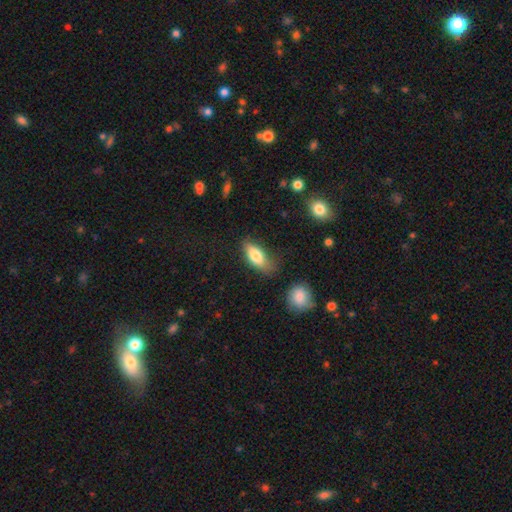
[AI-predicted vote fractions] Smooth or featured?
  - smooth: 79% *
  - featured or disk: 14%
  - star or artifact: 7%
How rounded?
  - in between: 82% *
  - cigar-shaped: 15%
  - round: 3%
Merging?
  - none: 62% *
  - minor disturbance: 26%
  - major disturbance: 8%
  - merger: 4%